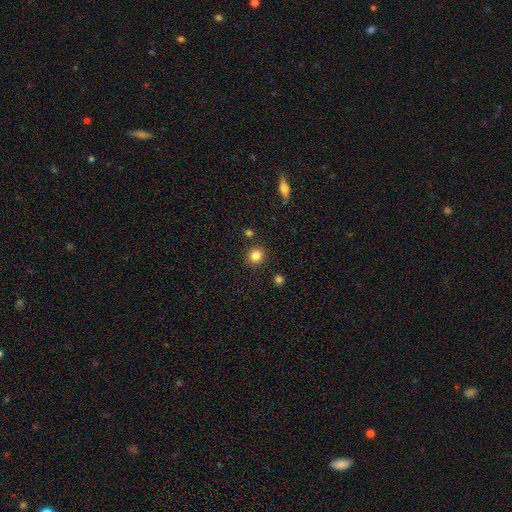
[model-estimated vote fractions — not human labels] Morphology: type=smooth (84%); roundness=round (90%); merging=none (87%).